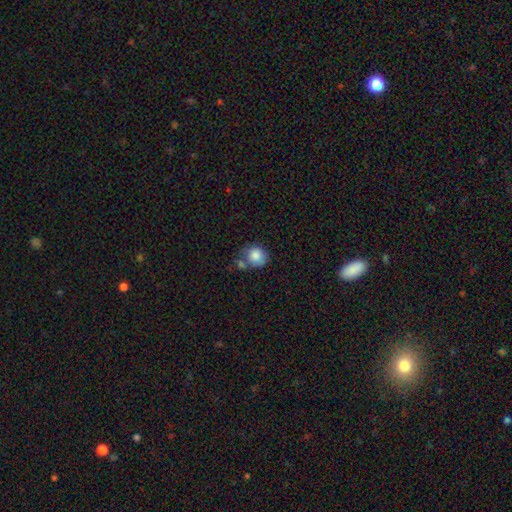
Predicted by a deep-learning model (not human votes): Smooth or featured? smooth (82%)
How rounded? round (74%)
Merging? none (44%)